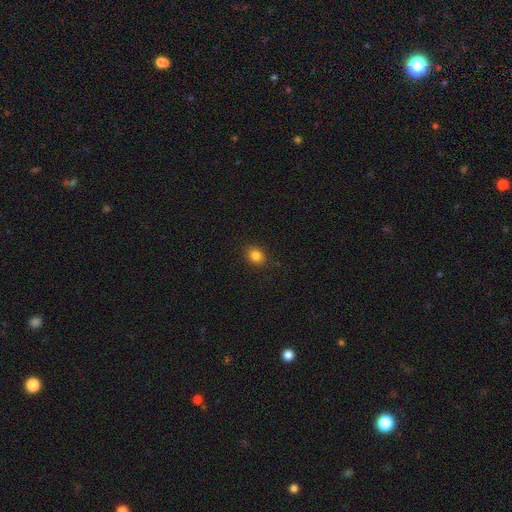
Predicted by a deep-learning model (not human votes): A smooth galaxy with no disk features (83%) that is round (54%). Merging: none (87%).